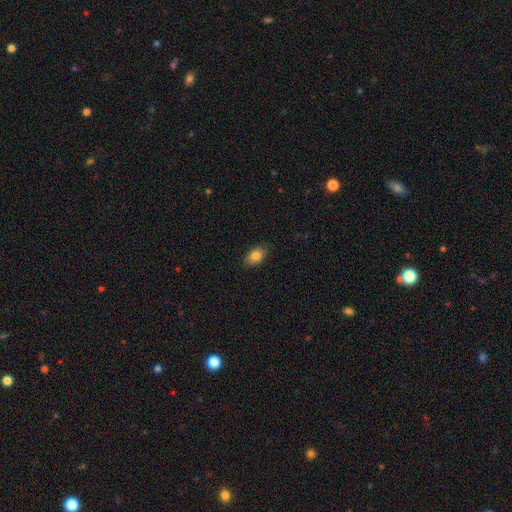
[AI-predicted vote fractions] The model was most divided on "merging": none: 85%, minor disturbance: 12%, major disturbance: 2%, merger: 1%. More confident: how rounded — in between (87%); smooth or featured — smooth (84%).